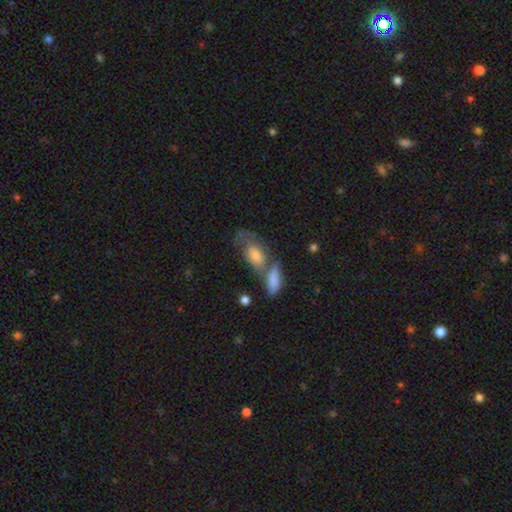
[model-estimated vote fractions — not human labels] smooth 63%, featured or disk 27%, star or artifact 9%. Down the decision tree: how rounded — in between (85%); merging — merger (44%).